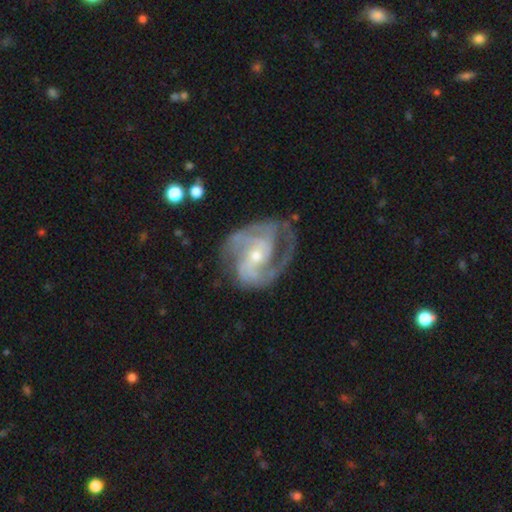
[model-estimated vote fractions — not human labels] Q: Smooth or featured?
A: featured or disk (89%); runner-up: smooth (6%)
Q: Edge-on disk?
A: no (98%); runner-up: yes (2%)
Q: Bar?
A: no (48%); runner-up: weak (38%)
Q: Spiral arms?
A: yes (96%); runner-up: no (4%)
Q: Spiral winding?
A: medium (49%); runner-up: tight (37%)
Q: Spiral arm count?
A: 2 (50%); runner-up: 3 (23%)
Q: Bulge size?
A: small (51%); runner-up: moderate (44%)
Q: Merging?
A: none (61%); runner-up: minor disturbance (21%)